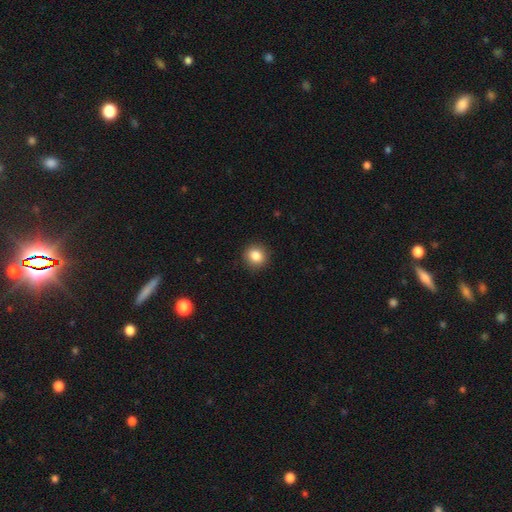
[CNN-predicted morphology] smooth-or-featured: smooth: 85% | star or artifact: 10% | featured or disk: 5%
  how-rounded: round: 87% | in between: 12% | cigar-shaped: 1%
  merging: none: 91% | minor disturbance: 7% | major disturbance: 2% | merger: 1%